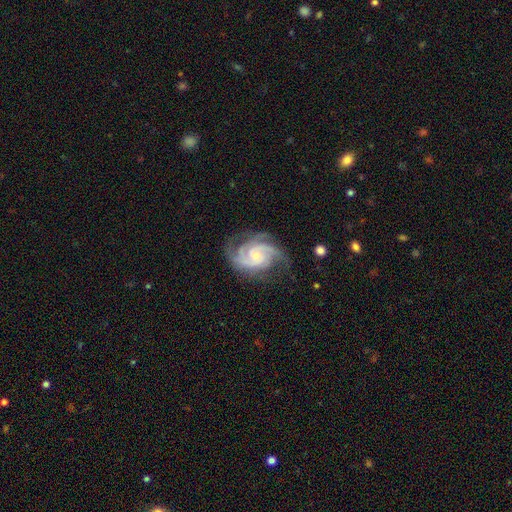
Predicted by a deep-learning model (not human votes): featured or disk 92%, star or artifact 4%, smooth 4%. Down the decision tree: edge-on disk — no (98%); bar — no (64%); spiral arms — yes (98%); spiral arm count — 3 (43%); spiral winding — tight (46%, tied with medium); bulge size — small (62%); merging — none (72%).